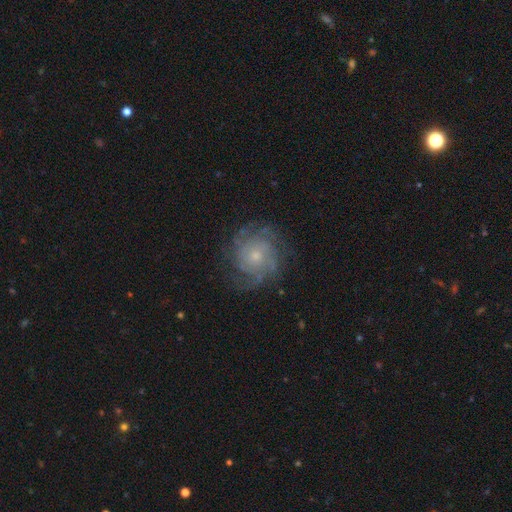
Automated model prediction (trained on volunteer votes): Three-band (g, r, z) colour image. It shows a featured or disk galaxy (80%) with no bar (79%), tight (60%) spiral arms (94%) and a small central bulge (57%). Merging: none (75%).